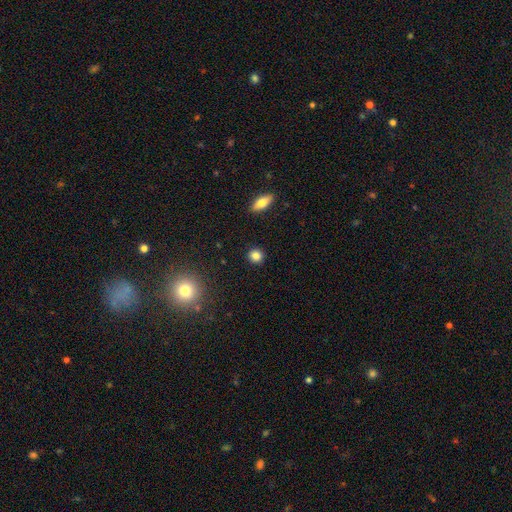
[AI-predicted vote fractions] smooth-or-featured: smooth: 85% | star or artifact: 10% | featured or disk: 5%
  how-rounded: round: 87% | in between: 11% | cigar-shaped: 1%
  merging: none: 91% | minor disturbance: 6% | major disturbance: 2% | merger: 1%